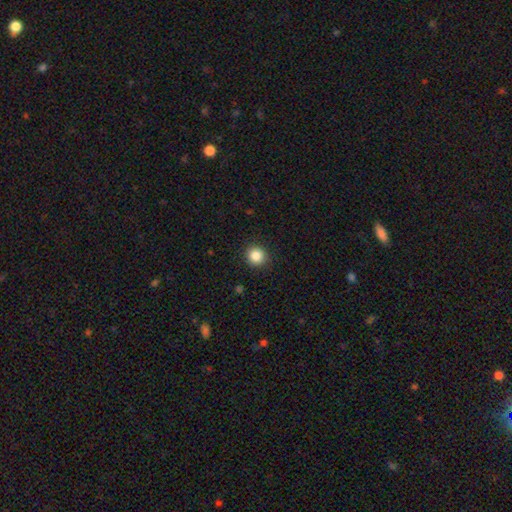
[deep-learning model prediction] Overall: smooth (86%). How rounded: round (92%). Merging: none (91%).